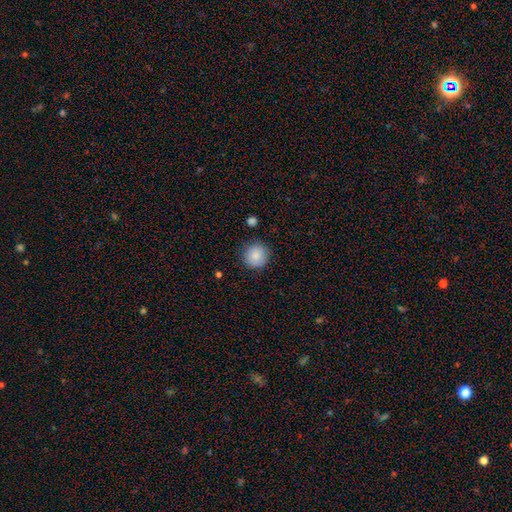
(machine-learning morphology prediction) Q: Smooth or featured?
A: smooth (87%); runner-up: star or artifact (8%)
Q: How rounded?
A: round (94%); runner-up: in between (5%)
Q: Merging?
A: none (88%); runner-up: minor disturbance (9%)